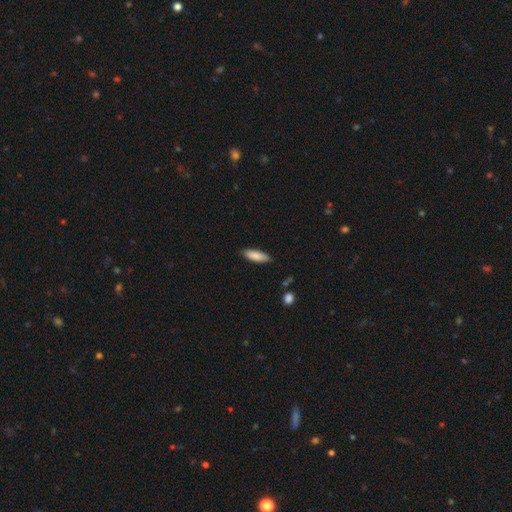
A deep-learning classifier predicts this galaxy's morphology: Smooth or featured? Predicted: smooth (p=0.85). How rounded? Predicted: in between (p=0.55). Merging? Predicted: none (p=0.84).